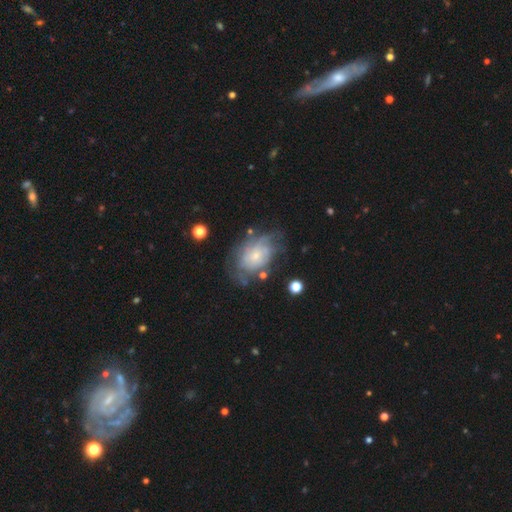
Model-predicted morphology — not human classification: Smooth or featured? featured or disk (66%)
Edge-on disk? no (96%)
Bar? no (80%)
Spiral arms? yes (76%)
Bulge size? small (76%)
Merging? none (53%)